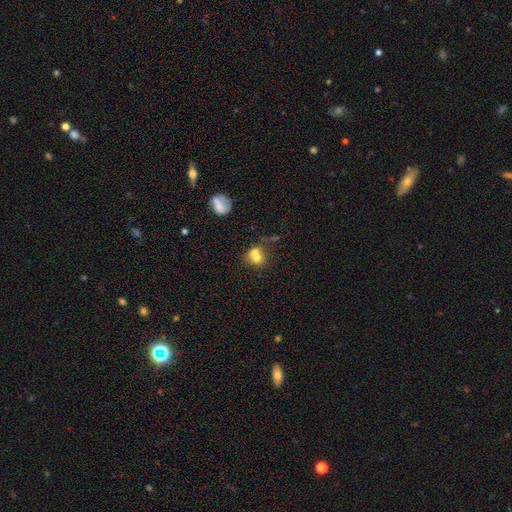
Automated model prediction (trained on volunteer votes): A smooth galaxy with no disk features (68%) that is round (67%). Merging: merger (58%).